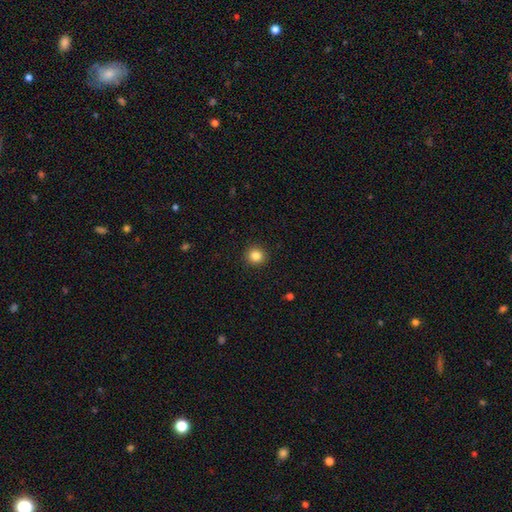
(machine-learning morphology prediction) A smooth galaxy with no disk features (84%) that is round (93%). Merging: none (93%).